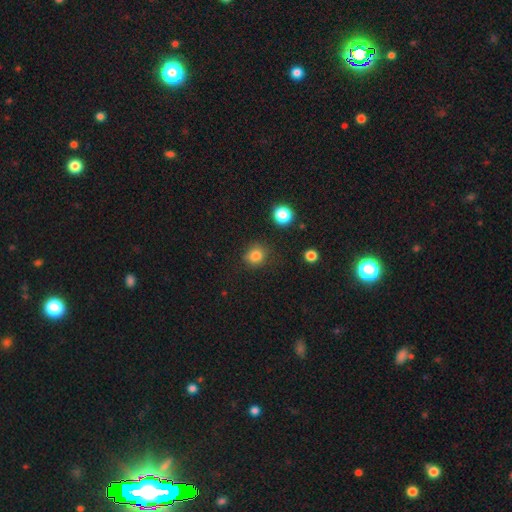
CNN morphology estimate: Smooth or featured?
  - smooth: 82% *
  - star or artifact: 13%
  - featured or disk: 5%
How rounded?
  - round: 81% *
  - in between: 18%
  - cigar-shaped: 1%
Merging?
  - none: 80% *
  - minor disturbance: 14%
  - major disturbance: 4%
  - merger: 3%